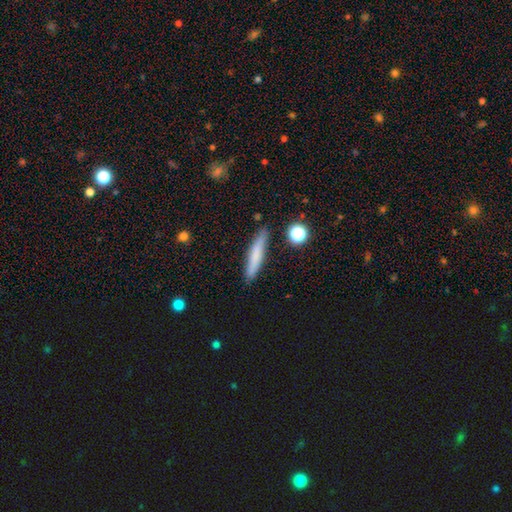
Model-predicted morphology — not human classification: Smooth or featured: smooth — 71% (featured or disk — 21%)
How rounded: cigar-shaped — 90% (in between — 8%)
Merging: none — 85% (minor disturbance — 10%)